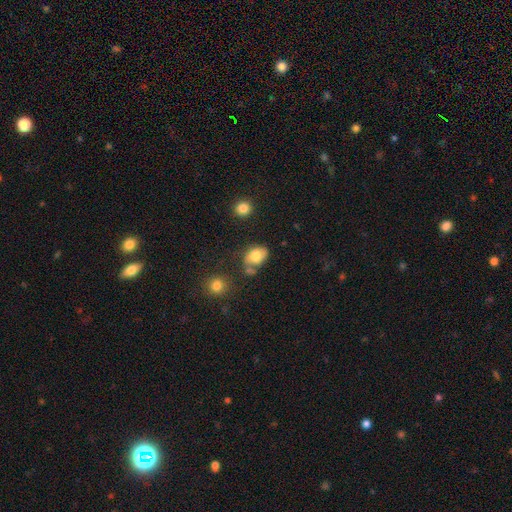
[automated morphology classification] smooth 70%, featured or disk 21%, star or artifact 9%. Down the decision tree: how rounded — in between (75%); merging — none (50%).